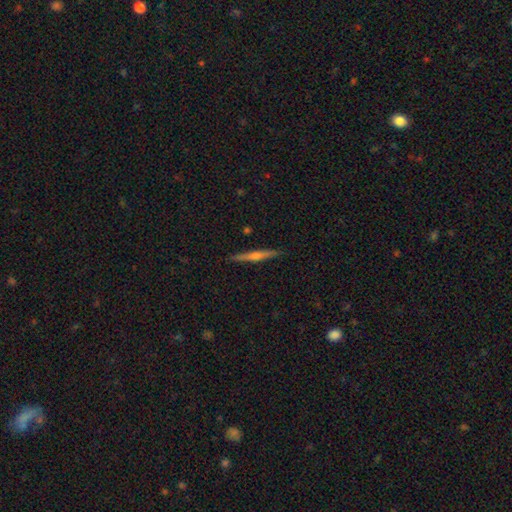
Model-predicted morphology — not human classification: smooth_or_featured: featured or disk (p=0.74) [alt: smooth p=0.20]
disk_edge_on: yes (p=0.98) [alt: no p=0.02]
edge_on_bulge: rounded (p=0.85) [alt: none p=0.09]
merging: none (p=0.92) [alt: minor disturbance p=0.06]